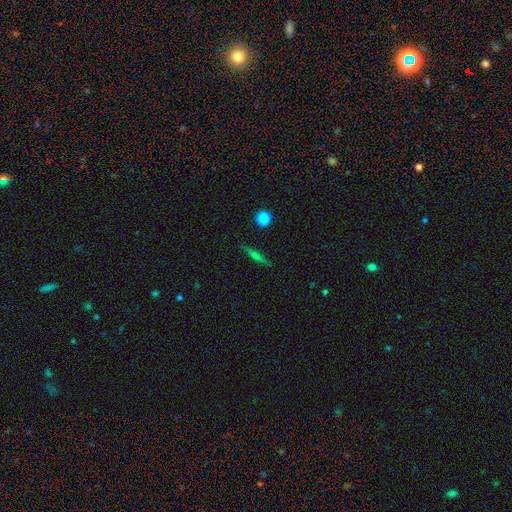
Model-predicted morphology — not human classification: The model was most divided on "smooth or featured": featured or disk: 50%, smooth: 39%, star or artifact: 11%. More confident: merging — none (89%).